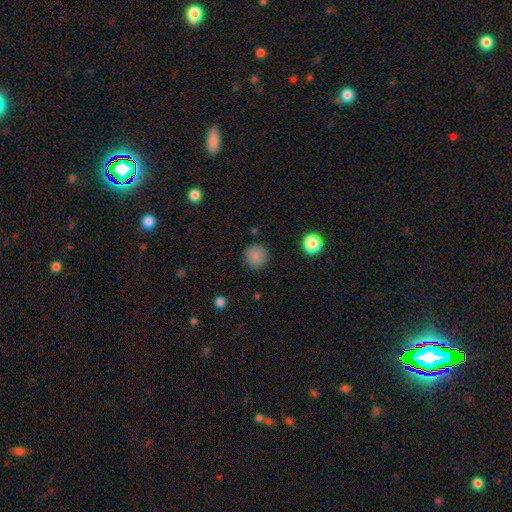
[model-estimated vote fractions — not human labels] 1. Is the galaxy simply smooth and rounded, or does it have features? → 85% smooth, 10% star or artifact, 5% featured or disk.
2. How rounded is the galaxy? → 94% round, 5% in between, 1% cigar-shaped.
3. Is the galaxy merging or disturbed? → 87% none, 9% minor disturbance, 3% major disturbance, 1% merger.